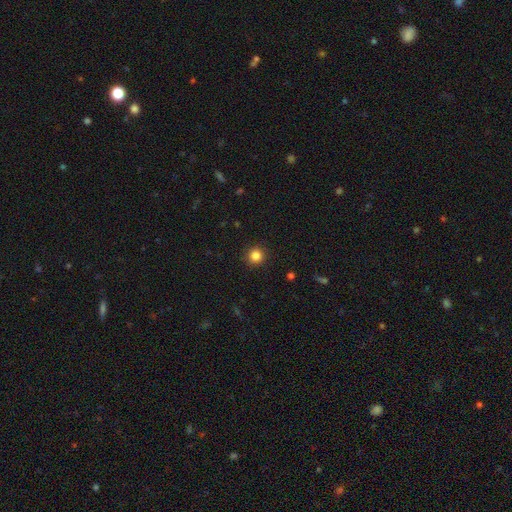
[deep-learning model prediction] Morphology: type=smooth (85%); roundness=round (95%); merging=none (92%).